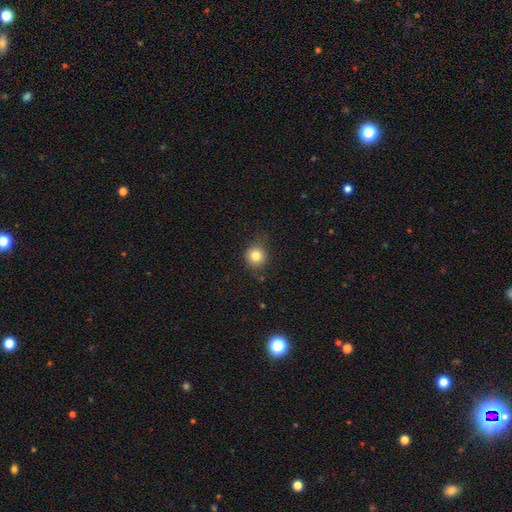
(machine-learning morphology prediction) Smooth or featured?
  - smooth: 81% *
  - star or artifact: 11%
  - featured or disk: 8%
How rounded?
  - round: 88% *
  - in between: 11%
  - cigar-shaped: 1%
Merging?
  - none: 75% *
  - minor disturbance: 19%
  - major disturbance: 5%
  - merger: 1%